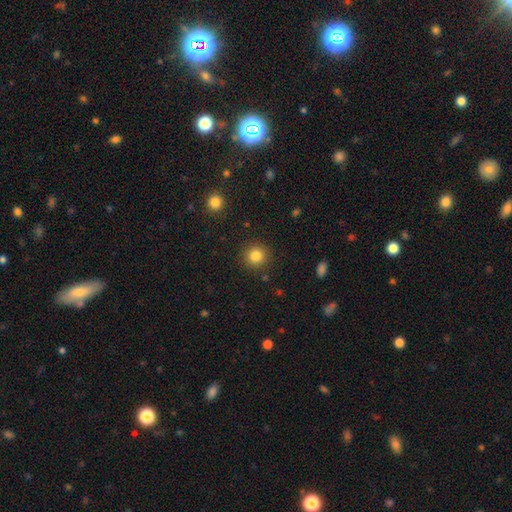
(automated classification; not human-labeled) smooth_or_featured: smooth (p=0.83) [alt: star or artifact p=0.11]
how_rounded: round (p=0.92) [alt: in between p=0.07]
merging: none (p=0.90) [alt: minor disturbance p=0.06]